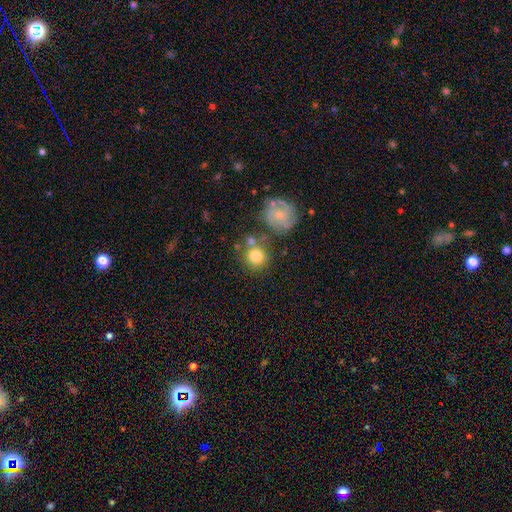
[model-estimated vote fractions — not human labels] The model was most divided on "smooth or featured": smooth: 72%, featured or disk: 20%, star or artifact: 8%. More confident: how rounded — round (90%); merging — none (68%).